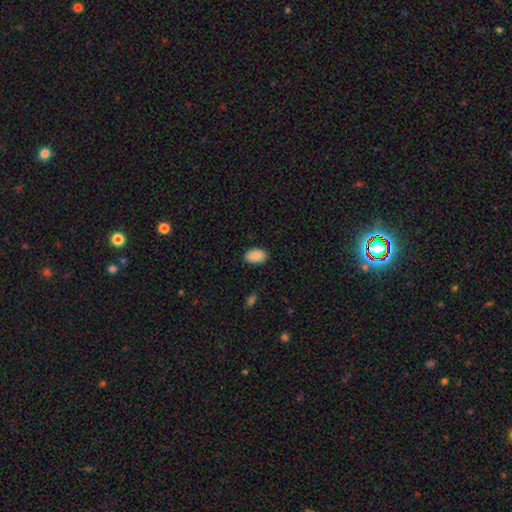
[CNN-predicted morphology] smooth_or_featured: smooth (p=0.90) [alt: star or artifact p=0.07]
how_rounded: in between (p=0.92) [alt: round p=0.07]
merging: none (p=0.88) [alt: minor disturbance p=0.09]